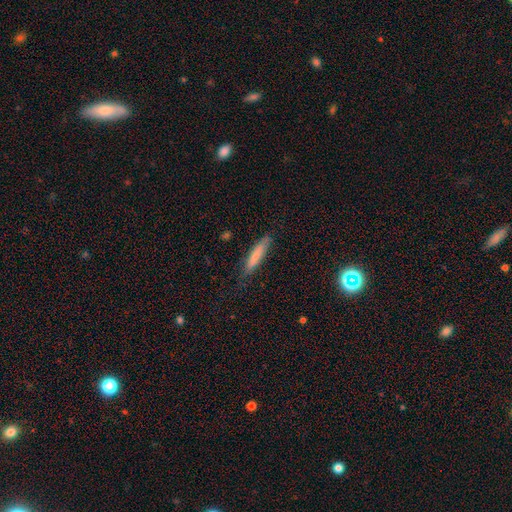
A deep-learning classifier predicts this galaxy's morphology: Overall: smooth (75%). How rounded: cigar-shaped (86%). Merging: none (80%).